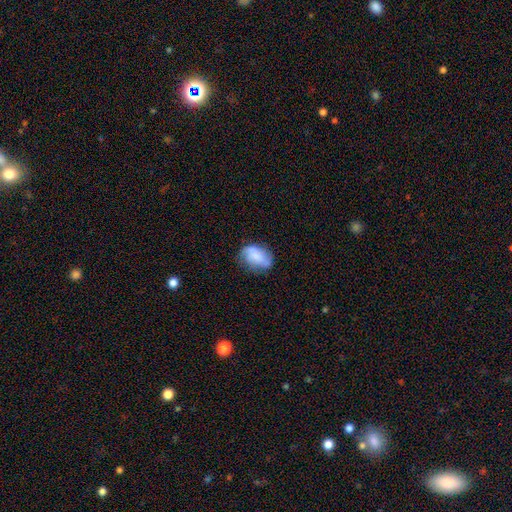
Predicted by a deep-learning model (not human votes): This is likely a smooth galaxy (64%). How rounded: clearly in between (82%). Merging: possibly none (59%).